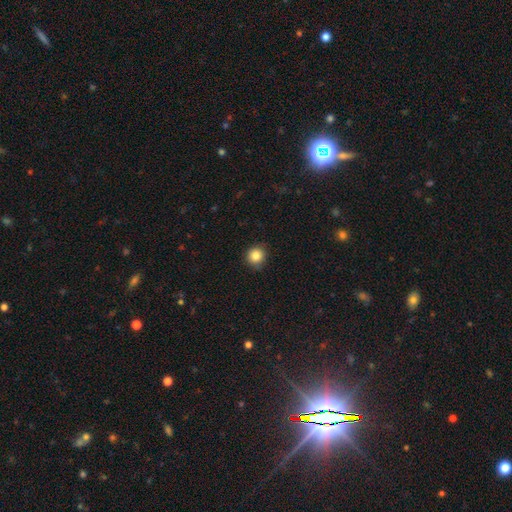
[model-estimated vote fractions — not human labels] Smooth or featured: smooth — 85% (star or artifact — 10%)
How rounded: round — 92% (in between — 7%)
Merging: none — 88% (minor disturbance — 9%)